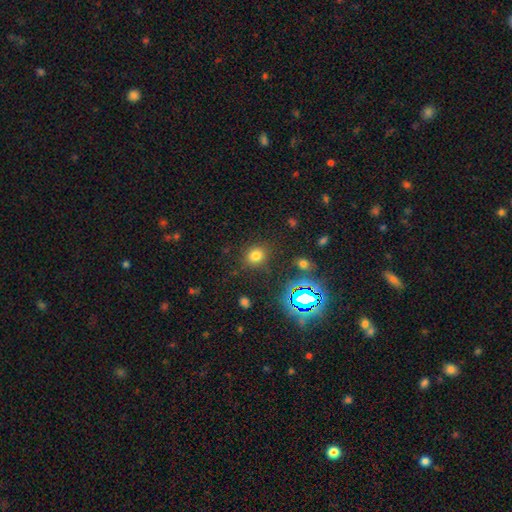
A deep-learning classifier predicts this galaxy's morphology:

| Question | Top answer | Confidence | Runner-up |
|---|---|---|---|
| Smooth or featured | smooth | 71% | star or artifact (22%) |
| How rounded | round | 76% | in between (23%) |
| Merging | none | 84% | minor disturbance (10%) |